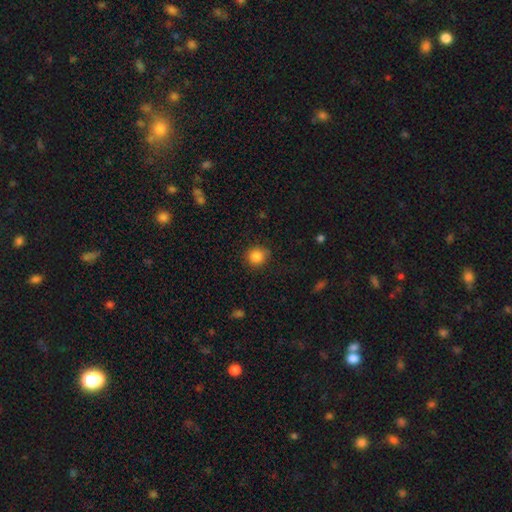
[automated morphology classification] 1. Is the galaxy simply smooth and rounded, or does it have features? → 86% smooth, 10% star or artifact, 4% featured or disk.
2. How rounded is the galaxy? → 87% round, 12% in between, 1% cigar-shaped.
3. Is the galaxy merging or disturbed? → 81% none, 14% minor disturbance, 3% major disturbance, 1% merger.